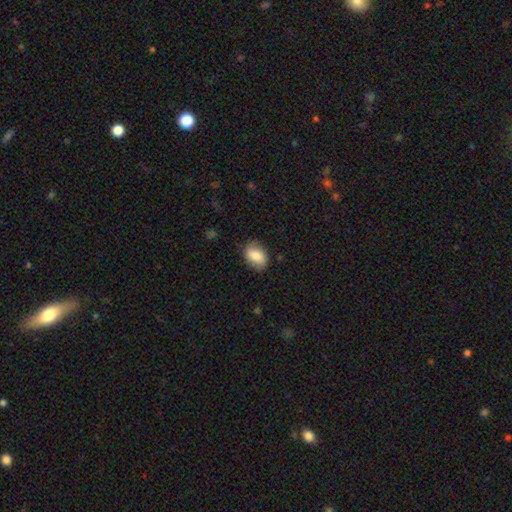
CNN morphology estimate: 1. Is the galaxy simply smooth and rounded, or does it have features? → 81% smooth, 12% featured or disk, 7% star or artifact.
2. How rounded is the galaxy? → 82% in between, 16% round, 1% cigar-shaped.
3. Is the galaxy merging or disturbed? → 80% none, 15% minor disturbance, 4% major disturbance, 1% merger.